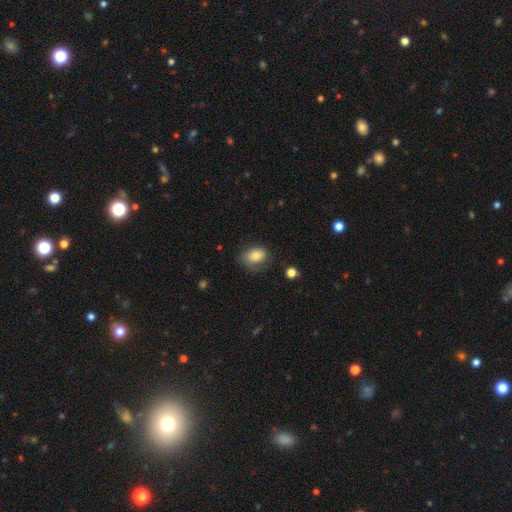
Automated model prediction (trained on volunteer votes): Smooth or featured: smooth — 75% (featured or disk — 16%)
How rounded: in between — 78% (round — 21%)
Merging: none — 63% (minor disturbance — 25%)